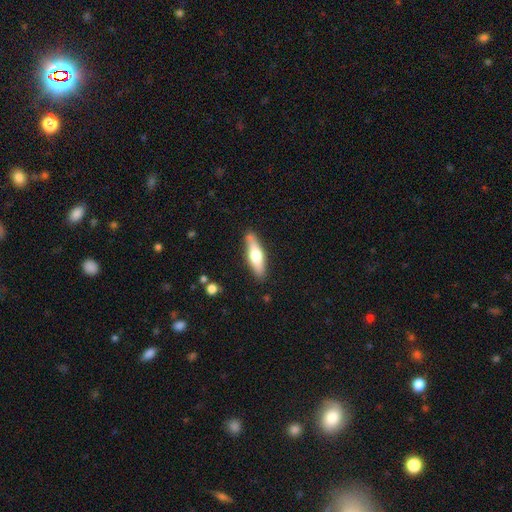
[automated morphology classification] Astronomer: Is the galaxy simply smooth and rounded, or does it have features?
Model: smooth — 55% (runner-up: featured or disk, 40%).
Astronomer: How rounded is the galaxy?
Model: cigar-shaped — 64%.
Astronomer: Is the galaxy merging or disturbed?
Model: none — 84%.